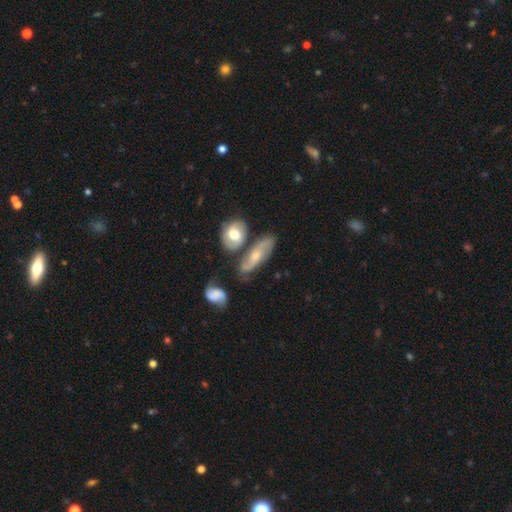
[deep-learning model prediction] Smooth or featured? Predicted: featured or disk (p=0.55). Edge-on disk? Predicted: no (p=0.80). Merging? Predicted: none (p=0.55).